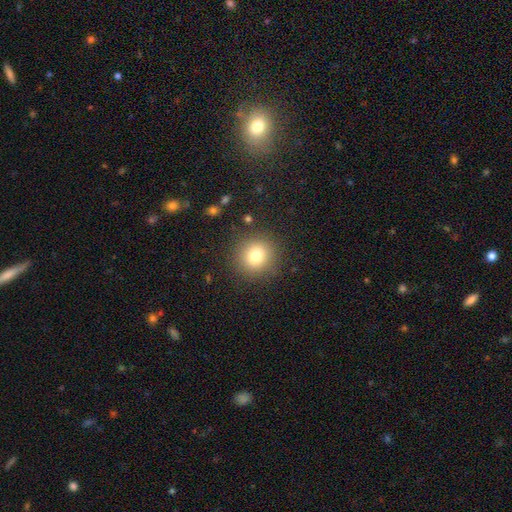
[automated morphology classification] The model was most divided on "smooth or featured": smooth: 78%, star or artifact: 13%, featured or disk: 9%. More confident: how rounded — round (92%); merging — none (88%).